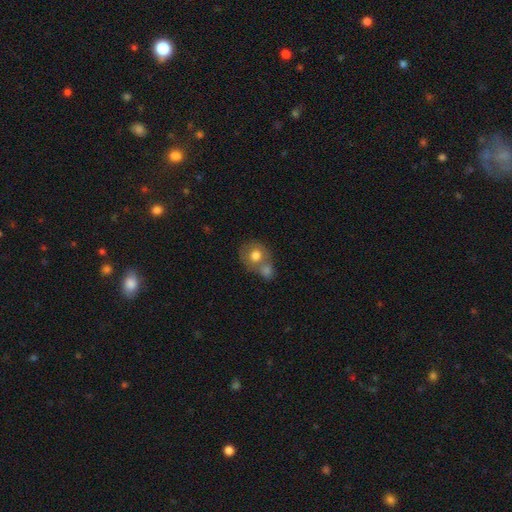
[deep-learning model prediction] This appears to be a smooth galaxy with no disk features (73%) that is round (76%). Merging: merger (51%).